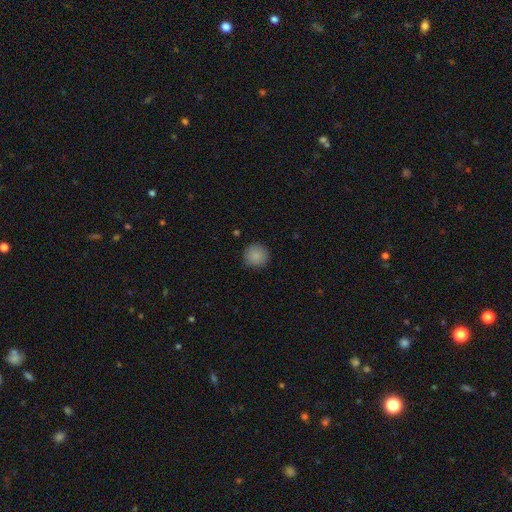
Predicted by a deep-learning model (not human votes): Smooth or featured? Predicted: smooth (p=0.87). How rounded? Predicted: round (p=0.94). Merging? Predicted: none (p=0.89).